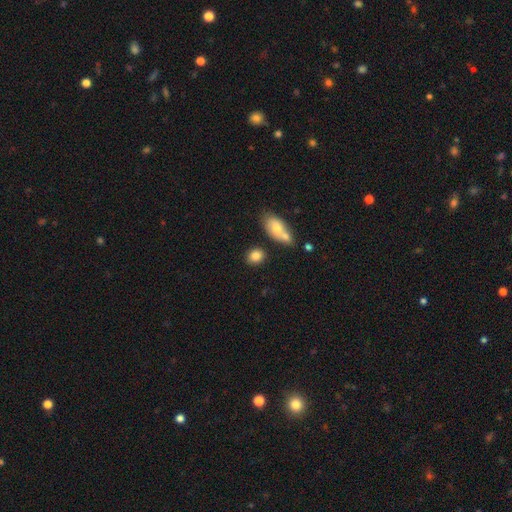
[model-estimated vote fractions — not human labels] A smooth galaxy with no disk features (83%) that is round (51%). Merging: none (72%).